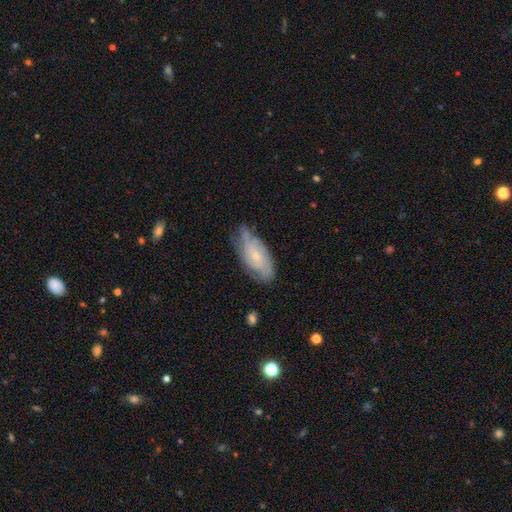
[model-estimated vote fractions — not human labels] featured or disk 63%, smooth 30%, star or artifact 7%. Down the decision tree: edge-on disk — no (91%); bar — no (72%); spiral arms — yes (84%); bulge size — small (72%); merging — none (61%).